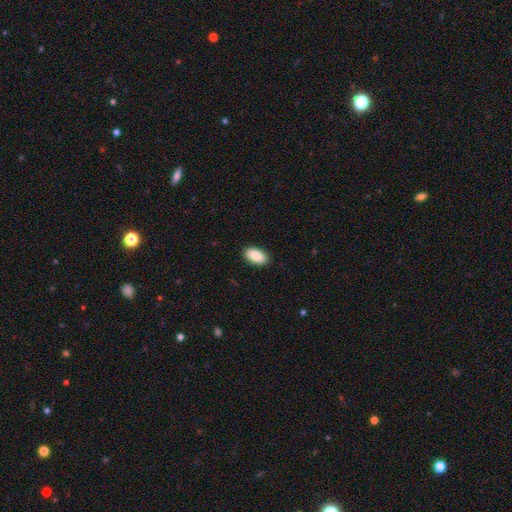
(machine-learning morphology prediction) smooth 86%, featured or disk 7%, star or artifact 7%. Down the decision tree: how rounded — in between (94%); merging — none (90%).